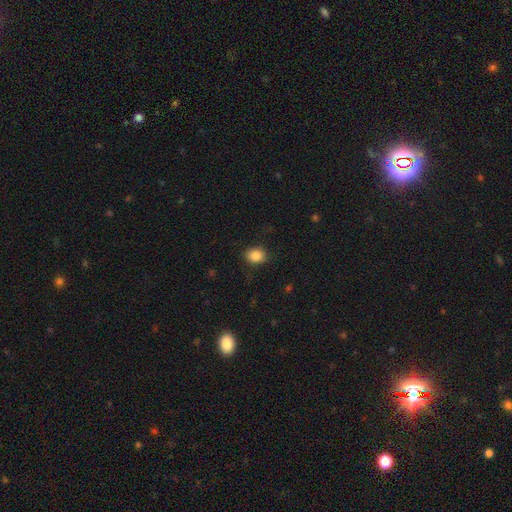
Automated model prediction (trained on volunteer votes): Overall: smooth (86%). How rounded: in between (53%; round 46%). Merging: none (84%).